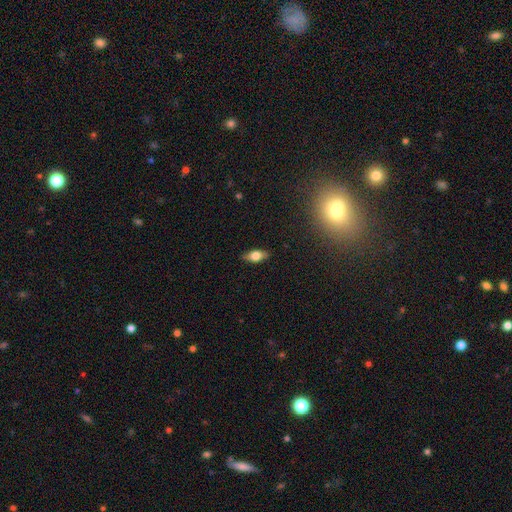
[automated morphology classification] smooth-or-featured: smooth: 56% | featured or disk: 36% | star or artifact: 8%
  how-rounded: in between: 76% | cigar-shaped: 19% | round: 5%
  merging: none: 86% | minor disturbance: 10% | major disturbance: 2% | merger: 1%